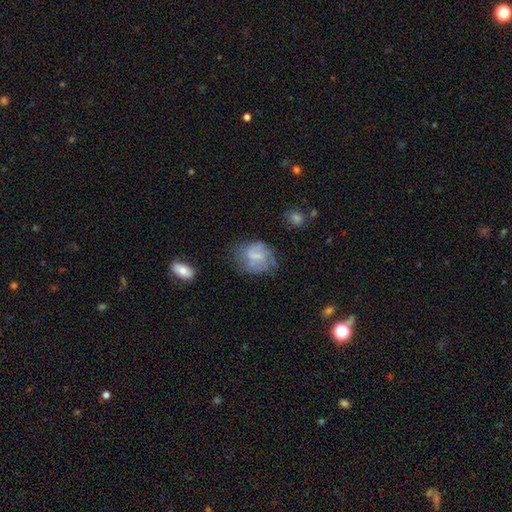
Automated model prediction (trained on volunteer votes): Smooth or featured? Predicted: smooth (p=0.47). Merging? Predicted: none (p=0.49).